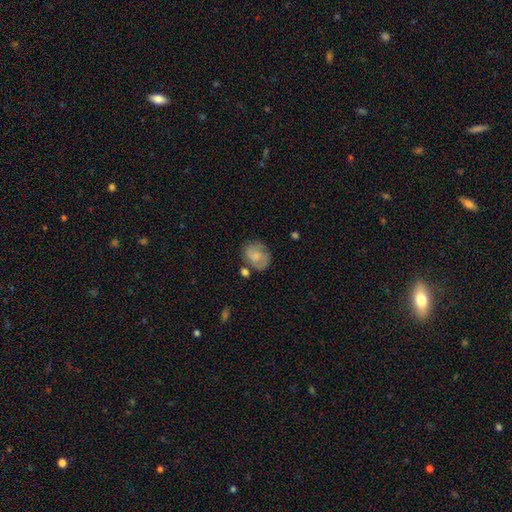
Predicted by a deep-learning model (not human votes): The model was most divided on "how rounded": in between: 55%, round: 44%, cigar-shaped: 1%. More confident: smooth or featured — smooth (63%); merging — none (58%).